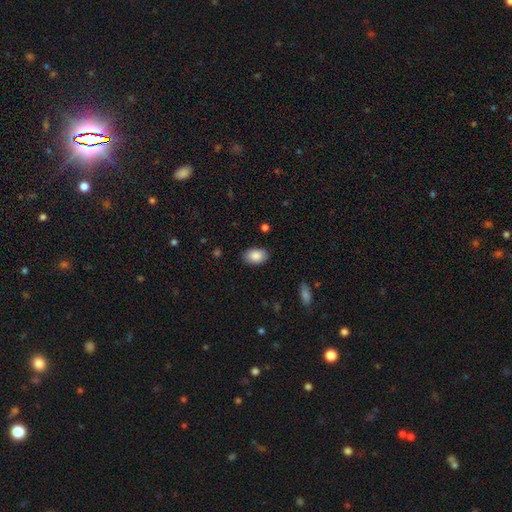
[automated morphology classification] Smooth or featured?
  - smooth: 88% *
  - star or artifact: 7%
  - featured or disk: 6%
How rounded?
  - in between: 90% *
  - round: 9%
  - cigar-shaped: 1%
Merging?
  - none: 86% *
  - minor disturbance: 11%
  - major disturbance: 2%
  - merger: 1%